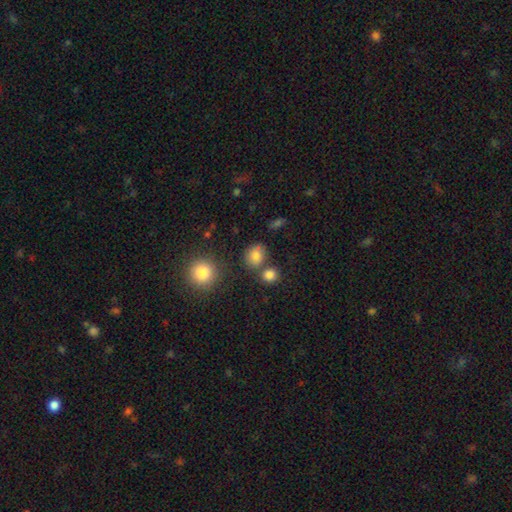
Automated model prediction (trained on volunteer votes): Smooth or featured? smooth (81%)
How rounded? round (69%)
Merging? none (70%)